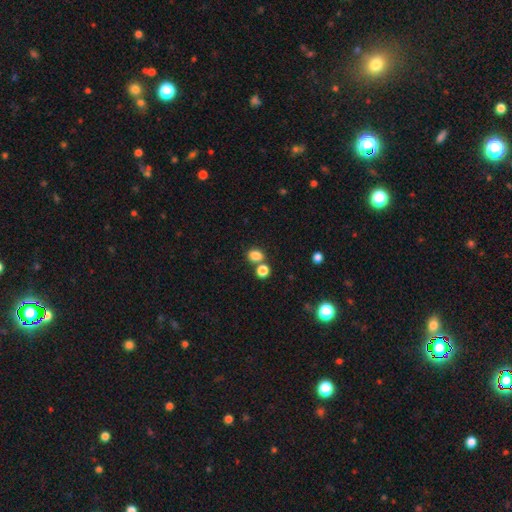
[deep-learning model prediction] This is clearly a smooth galaxy (83%). How rounded: possibly round (52%). Merging: likely none (62%).